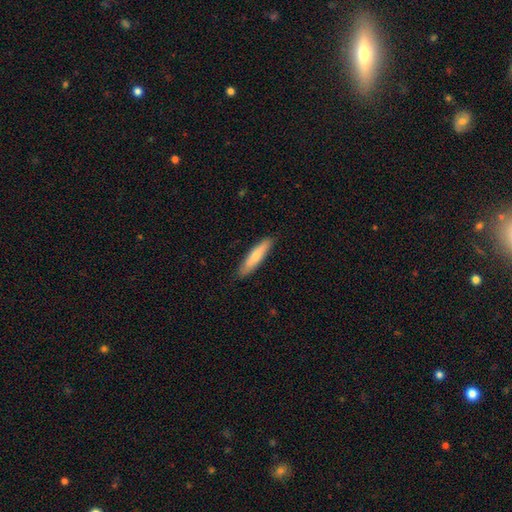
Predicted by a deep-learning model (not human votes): Smooth or featured? smooth (72%)
How rounded? cigar-shaped (83%)
Merging? none (88%)